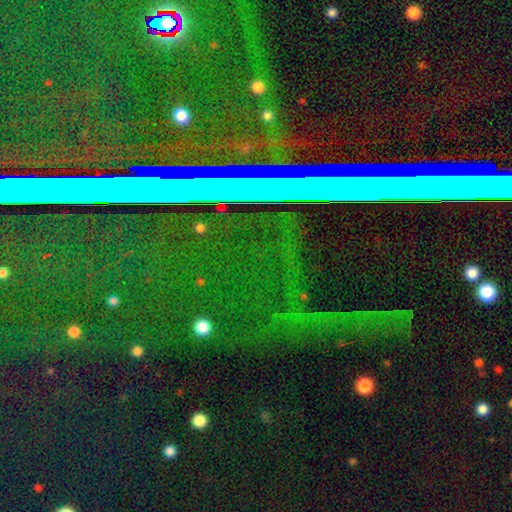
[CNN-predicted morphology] A star or artifact, not a galaxy (77%).

Vote fractions:
- Smooth or featured? star or artifact: 77% / featured or disk: 14% / smooth: 9%